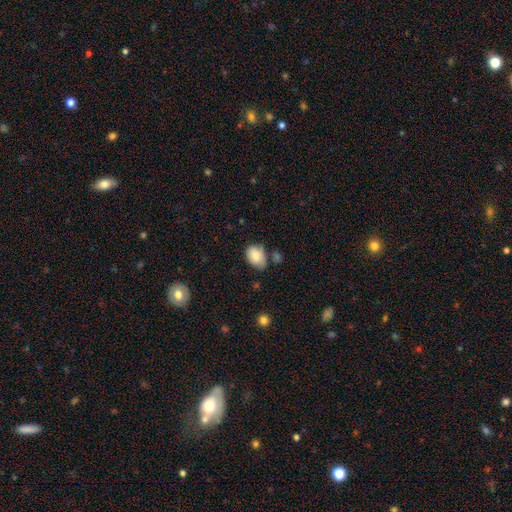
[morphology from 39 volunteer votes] A smooth galaxy with no disk features (77%) that is in between round and cigar-shaped (90%). Merging: none (54%).